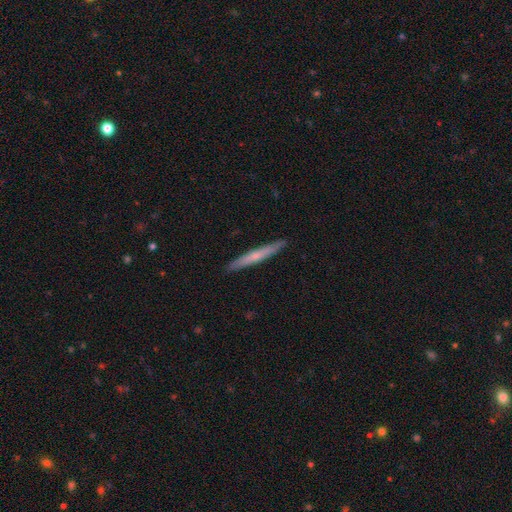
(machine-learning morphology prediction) type=smooth (51%); roundness=cigar-shaped (96%); merging=none (92%).